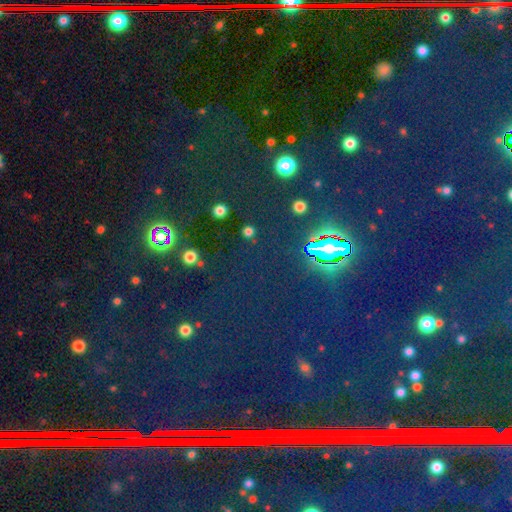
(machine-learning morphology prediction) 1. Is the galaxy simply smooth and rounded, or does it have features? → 80% star or artifact, 13% smooth, 8% featured or disk.